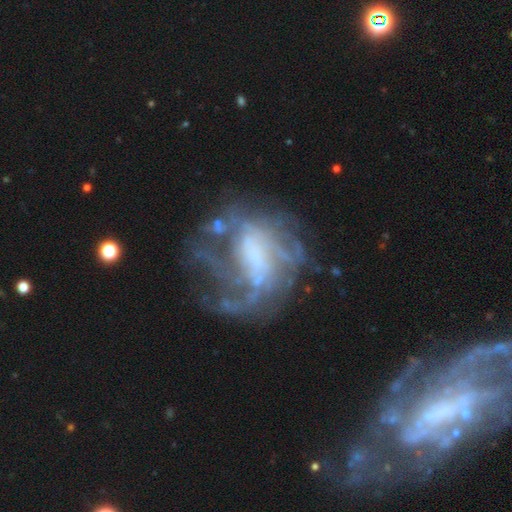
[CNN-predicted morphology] Smooth or featured?
  - featured or disk: 76% *
  - smooth: 13%
  - star or artifact: 11%
Edge-on disk?
  - no: 97% *
  - yes: 3%
Bar?
  - no: 52% *
  - weak: 33%
  - strong: 15%
Spiral arms?
  - yes: 66% *
  - no: 34%
Bulge size?
  - none: 47% *
  - moderate: 21%
  - small: 17%
  - large: 13%
  - dominant: 2%
Merging?
  - none: 43% *
  - major disturbance: 35%
  - minor disturbance: 17%
  - merger: 5%